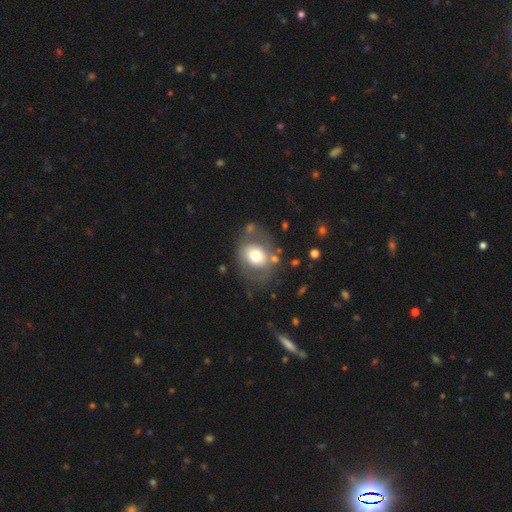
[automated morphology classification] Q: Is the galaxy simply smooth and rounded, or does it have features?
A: smooth — 59%.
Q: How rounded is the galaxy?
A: round — 58%.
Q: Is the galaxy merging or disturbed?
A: none — 67%.